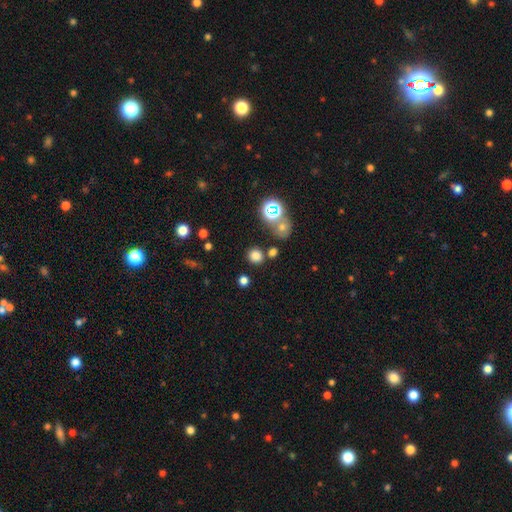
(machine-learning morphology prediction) type=smooth (75%); roundness=round (87%); merging=none (79%).